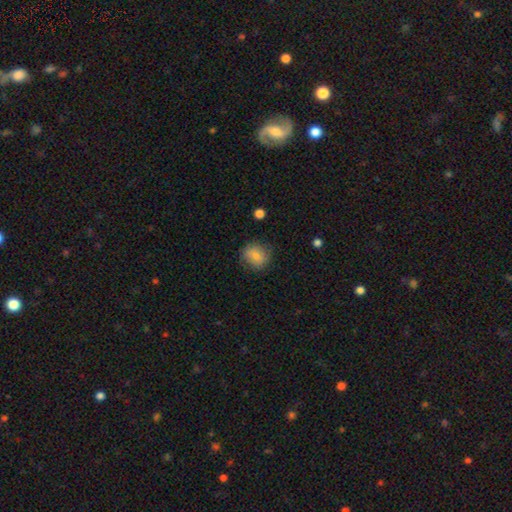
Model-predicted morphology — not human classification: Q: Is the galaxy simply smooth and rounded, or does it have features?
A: smooth — 77%.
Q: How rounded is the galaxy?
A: round — 79%.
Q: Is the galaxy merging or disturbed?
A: none — 74%.